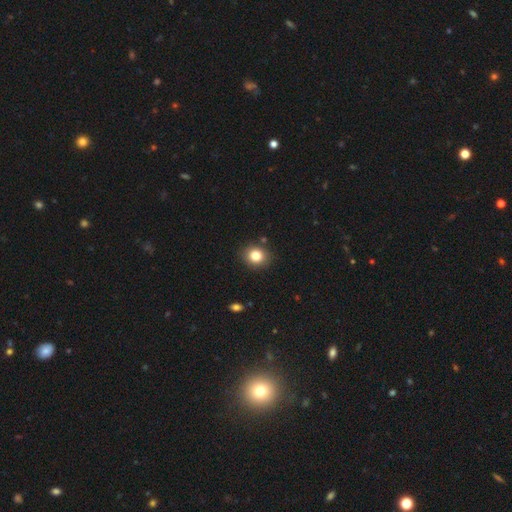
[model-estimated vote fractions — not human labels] Smooth or featured: smooth — 82% (star or artifact — 11%)
How rounded: round — 72% (in between — 27%)
Merging: none — 88% (minor disturbance — 8%)